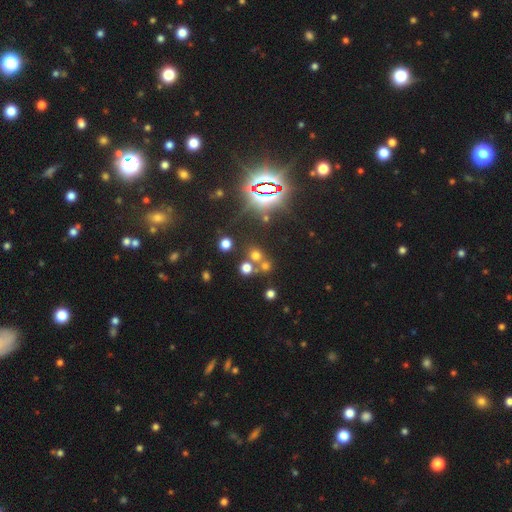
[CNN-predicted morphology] Overall: smooth (48%; star or artifact 42%). Merging: none (62%; merger 27%).